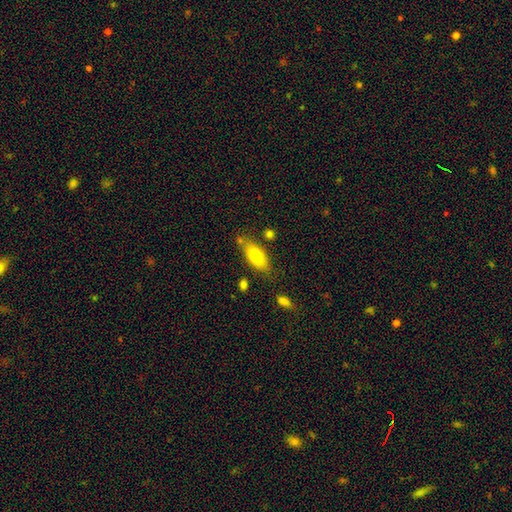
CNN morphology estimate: This is likely a smooth galaxy (80%). How rounded: clearly in between (84%). Merging: likely none (69%).